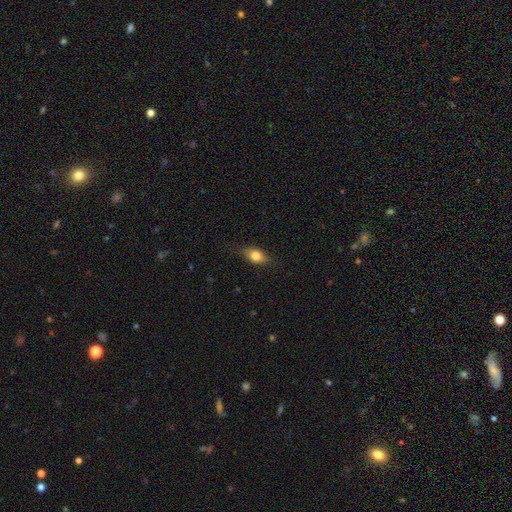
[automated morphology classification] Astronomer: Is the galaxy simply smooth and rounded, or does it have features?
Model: smooth — 75%.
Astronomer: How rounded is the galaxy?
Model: in between — 79%.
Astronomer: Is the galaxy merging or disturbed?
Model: none — 82%.